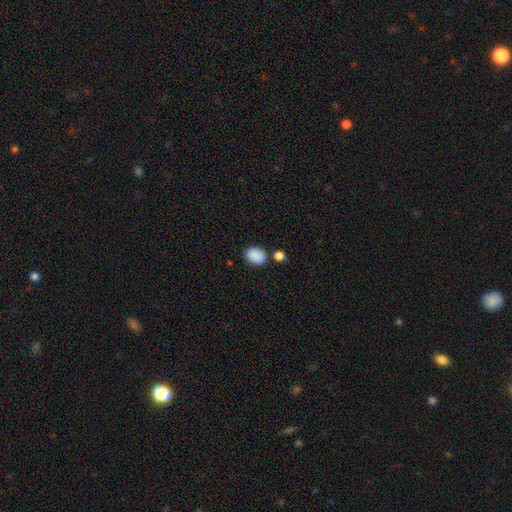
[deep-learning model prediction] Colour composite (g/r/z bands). It shows a smooth galaxy with no disk features (89%) that is in between round and cigar-shaped (76%). Merging: none (78%).